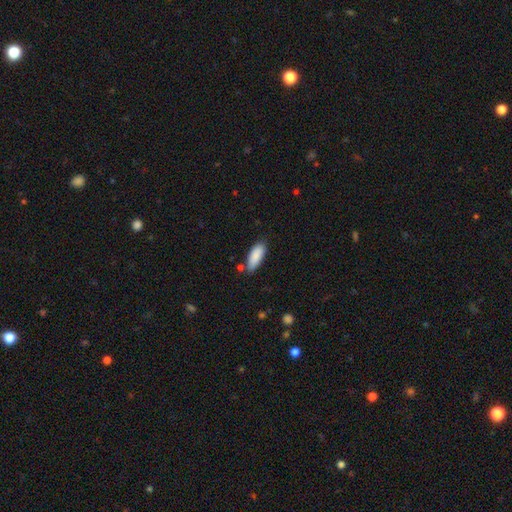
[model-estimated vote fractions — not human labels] The model was most divided on "how rounded": in between: 73%, cigar-shaped: 26%, round: 2%. More confident: smooth or featured — smooth (88%); merging — none (74%).